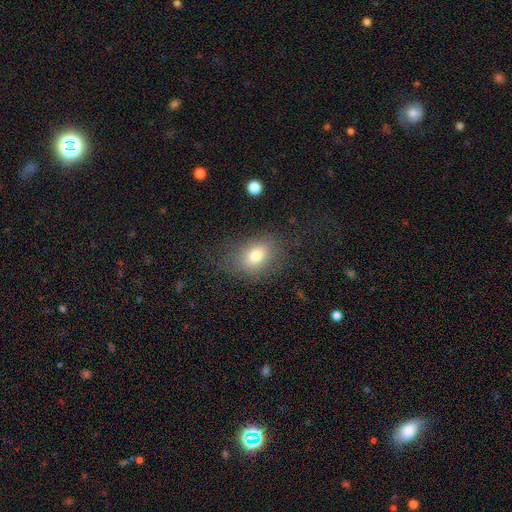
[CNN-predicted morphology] Smooth or featured?
  - smooth: 74% *
  - featured or disk: 14%
  - star or artifact: 12%
How rounded?
  - in between: 68% *
  - round: 31%
  - cigar-shaped: 1%
Merging?
  - none: 71% *
  - minor disturbance: 16%
  - major disturbance: 11%
  - merger: 1%